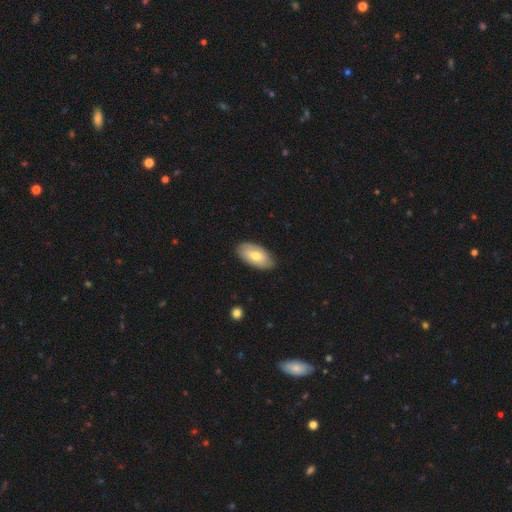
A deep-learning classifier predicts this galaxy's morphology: smooth-or-featured: smooth: 67% | featured or disk: 28% | star or artifact: 6%
  how-rounded: in between: 94% | round: 3% | cigar-shaped: 3%
  merging: none: 84% | minor disturbance: 12% | major disturbance: 2% | merger: 1%